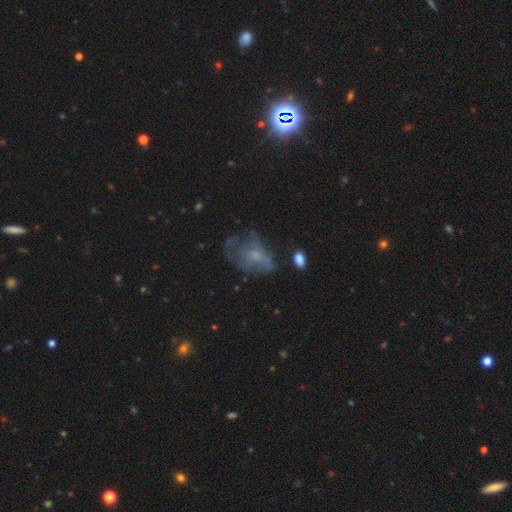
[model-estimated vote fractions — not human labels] smooth_or_featured: featured or disk (p=0.50) [alt: smooth p=0.35]
disk_edge_on: no (p=0.96) [alt: yes p=0.04]
merging: none (p=0.38) [alt: major disturbance p=0.33]